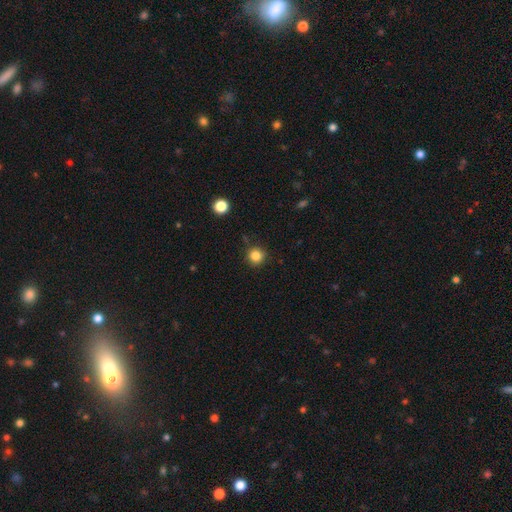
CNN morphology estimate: Smooth or featured? Predicted: smooth (p=0.84). How rounded? Predicted: round (p=0.94). Merging? Predicted: none (p=0.87).